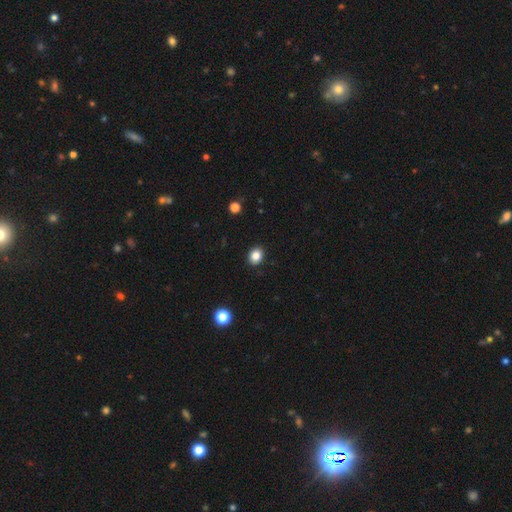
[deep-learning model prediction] smooth-or-featured: smooth: 85% | star or artifact: 10% | featured or disk: 4%
  how-rounded: round: 56% | in between: 43% | cigar-shaped: 1%
  merging: none: 91% | minor disturbance: 6% | major disturbance: 2% | merger: 1%